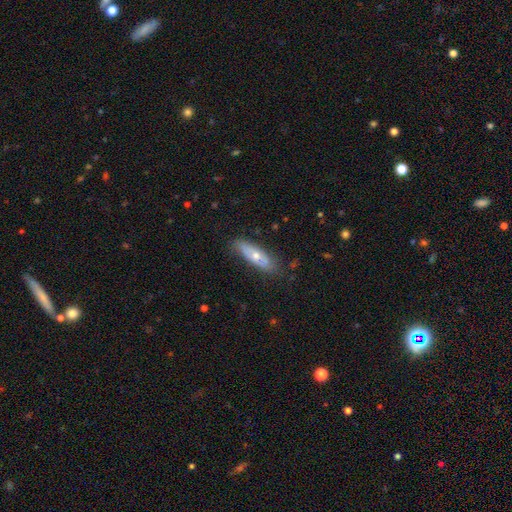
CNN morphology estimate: type=smooth (49%); merging=none (80%).